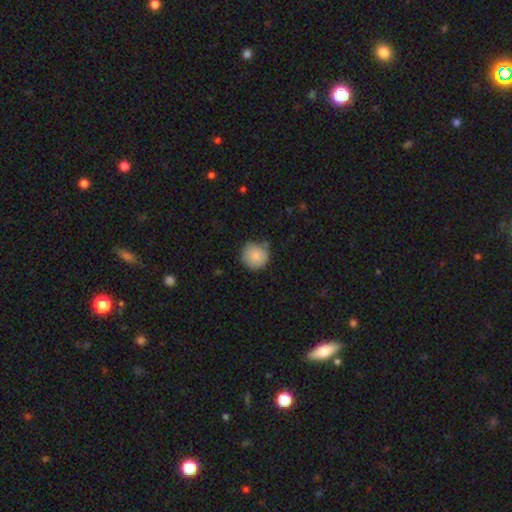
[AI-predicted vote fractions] Smooth or featured? Predicted: smooth (p=0.87). How rounded? Predicted: round (p=0.93). Merging? Predicted: none (p=0.76).